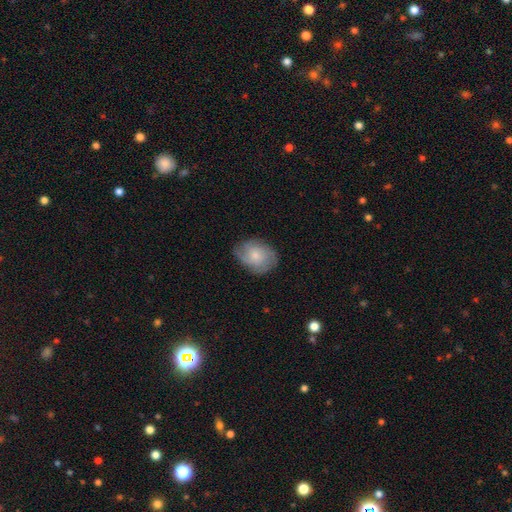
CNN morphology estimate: The model was most divided on "smooth or featured": smooth: 49%, featured or disk: 43%, star or artifact: 7%. More confident: merging — none (71%).